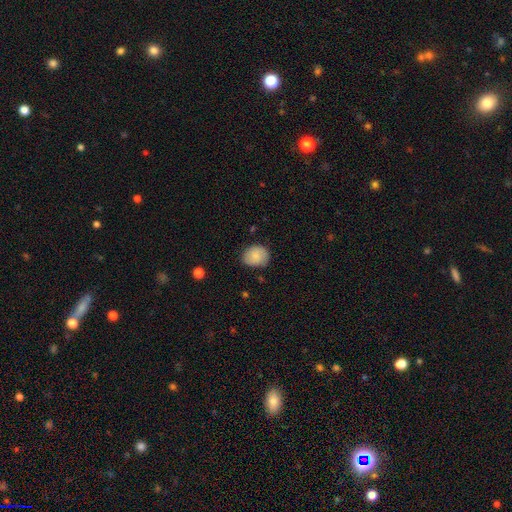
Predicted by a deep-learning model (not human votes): This appears to be a smooth galaxy with no disk features (80%) that is round (61%). Merging: none (76%).